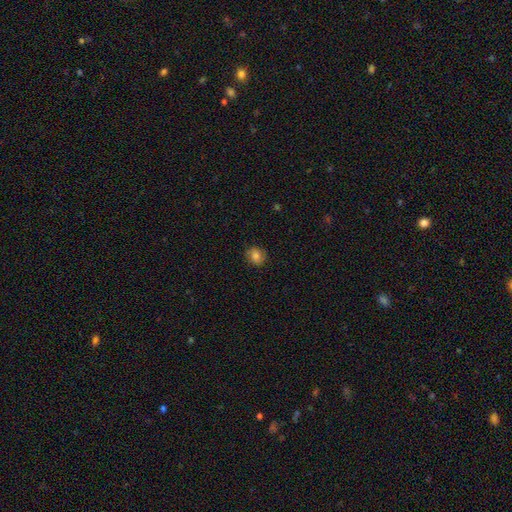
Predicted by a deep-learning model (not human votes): Overall: smooth (78%). How rounded: round (72%). Merging: none (83%).